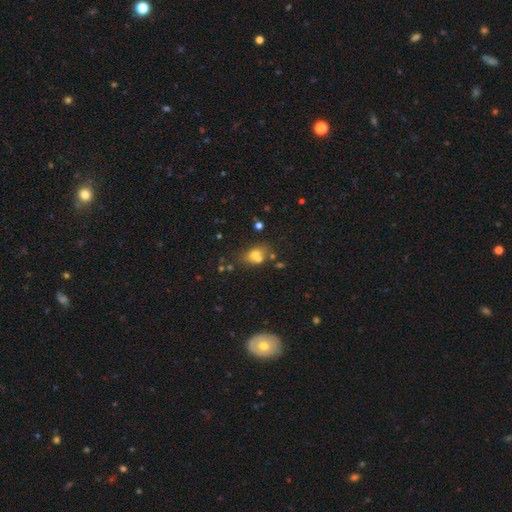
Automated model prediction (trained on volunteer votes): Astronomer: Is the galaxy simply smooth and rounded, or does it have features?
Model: smooth — 64%.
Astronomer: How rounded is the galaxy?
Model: in between — 55% (runner-up: round, 43%).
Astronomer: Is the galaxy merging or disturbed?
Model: none — 43% (runner-up: merger, 38%).